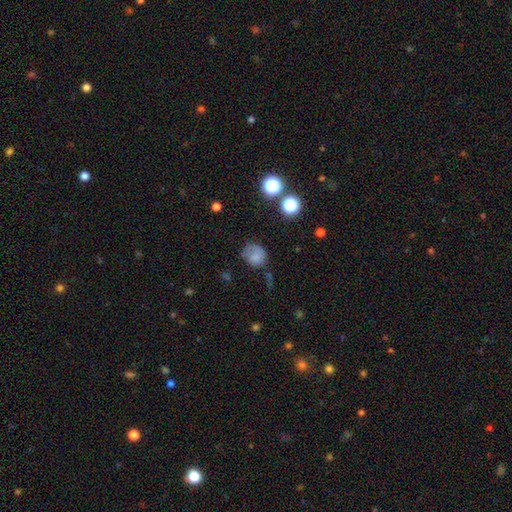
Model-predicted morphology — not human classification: smooth 75%, star or artifact 14%, featured or disk 12%. Down the decision tree: how rounded — round (70%); merging — none (51%).